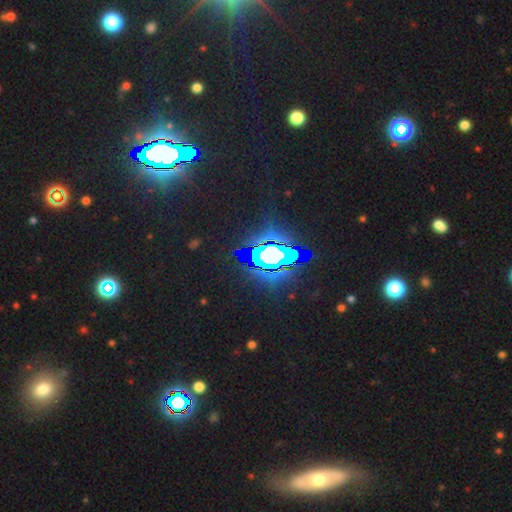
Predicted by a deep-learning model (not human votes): Smooth or featured? Predicted: star or artifact (p=0.81).